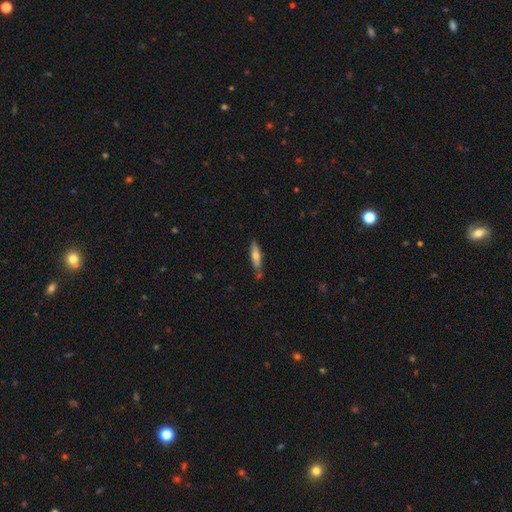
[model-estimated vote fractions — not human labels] The model was most divided on "smooth or featured": smooth: 62%, featured or disk: 32%, star or artifact: 6%. More confident: how rounded — cigar-shaped (78%); merging — none (71%).